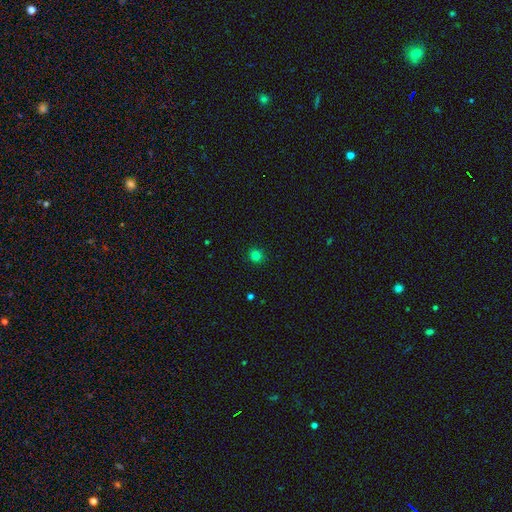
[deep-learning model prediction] Smooth or featured?
  - smooth: 80% *
  - star or artifact: 15%
  - featured or disk: 5%
How rounded?
  - round: 91% *
  - in between: 8%
  - cigar-shaped: 1%
Merging?
  - none: 92% *
  - minor disturbance: 6%
  - major disturbance: 2%
  - merger: 1%